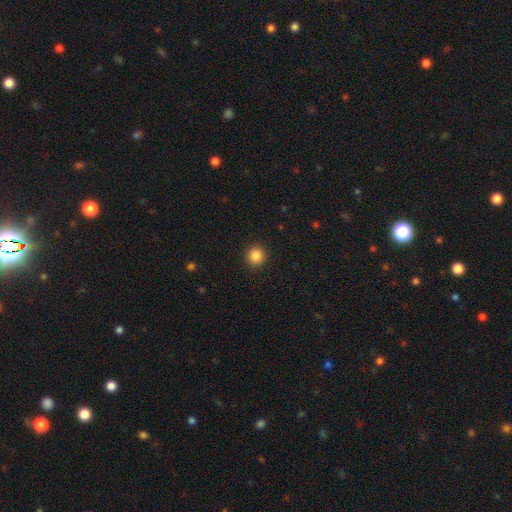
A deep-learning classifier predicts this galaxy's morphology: smooth-or-featured: smooth: 86% | star or artifact: 10% | featured or disk: 4%
  how-rounded: round: 94% | in between: 5% | cigar-shaped: 1%
  merging: none: 92% | minor disturbance: 5% | major disturbance: 2% | merger: 1%